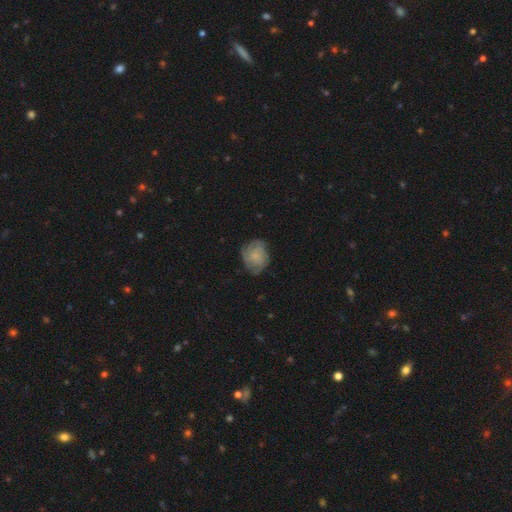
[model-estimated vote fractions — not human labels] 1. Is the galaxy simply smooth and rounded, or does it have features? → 48% featured or disk, 44% smooth, 8% star or artifact.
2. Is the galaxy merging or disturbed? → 67% none, 23% minor disturbance, 9% major disturbance, 1% merger.